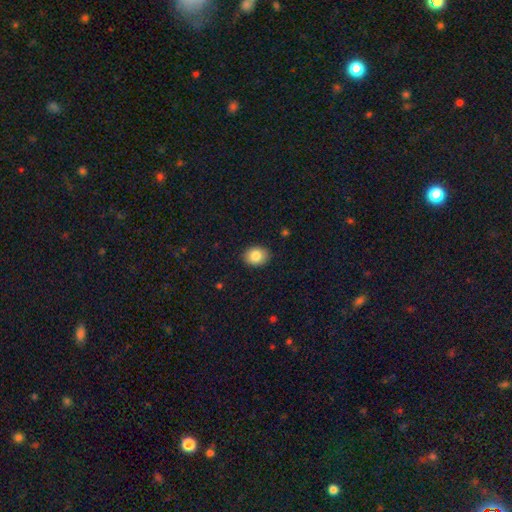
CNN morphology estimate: smooth-or-featured: smooth: 85% | star or artifact: 8% | featured or disk: 7%
  how-rounded: in between: 55% | round: 44% | cigar-shaped: 1%
  merging: none: 89% | minor disturbance: 8% | major disturbance: 2% | merger: 1%